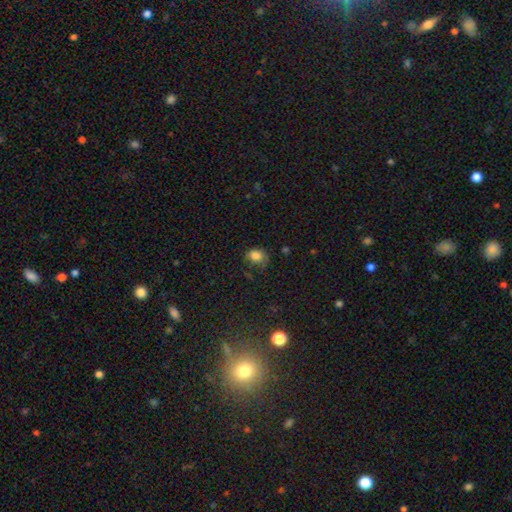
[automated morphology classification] Overall: smooth (81%). How rounded: round (51%; in between 48%). Merging: none (56%; minor disturbance 30%).